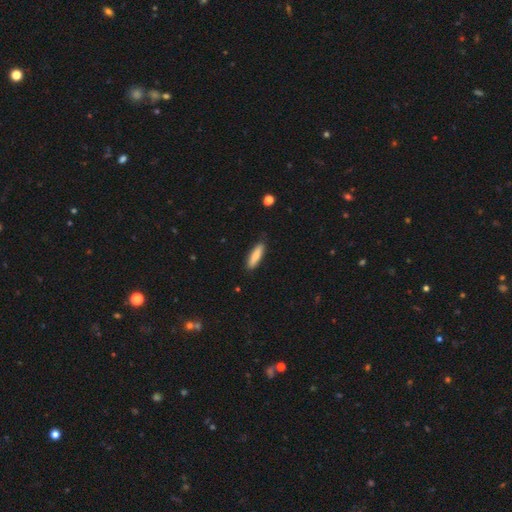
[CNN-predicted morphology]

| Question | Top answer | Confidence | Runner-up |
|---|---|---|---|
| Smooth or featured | smooth | 80% | featured or disk (14%) |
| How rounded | cigar-shaped | 66% | in between (32%) |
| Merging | none | 87% | minor disturbance (10%) |